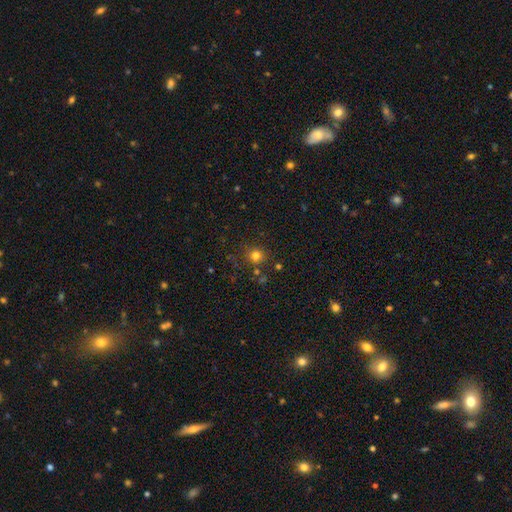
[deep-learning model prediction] Smooth or featured? smooth (76%)
How rounded? round (88%)
Merging? none (80%)